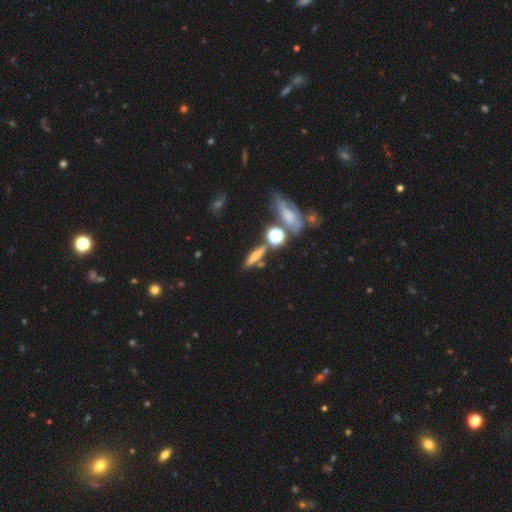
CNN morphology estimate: Q: Smooth or featured?
A: smooth (59%); runner-up: featured or disk (24%)
Q: How rounded?
A: cigar-shaped (67%); runner-up: in between (21%)
Q: Merging?
A: none (69%); runner-up: minor disturbance (13%)